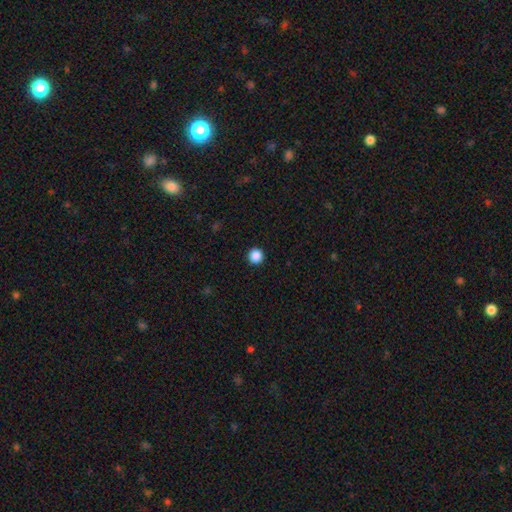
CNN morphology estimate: This is clearly a smooth galaxy (87%). How rounded: clearly round (96%). Merging: clearly none (93%).